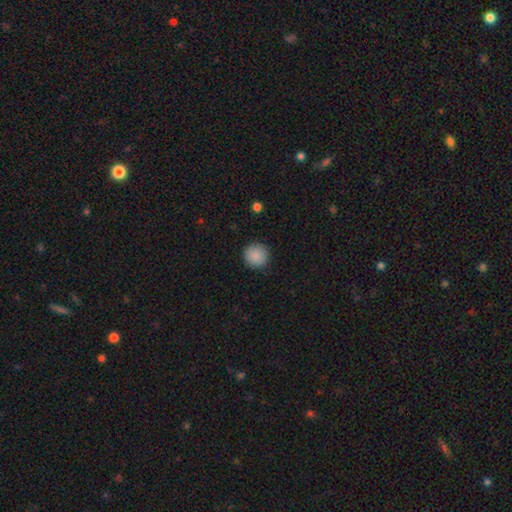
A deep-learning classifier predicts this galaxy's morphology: A smooth galaxy with no disk features (89%) that is round (95%). Merging: none (92%).